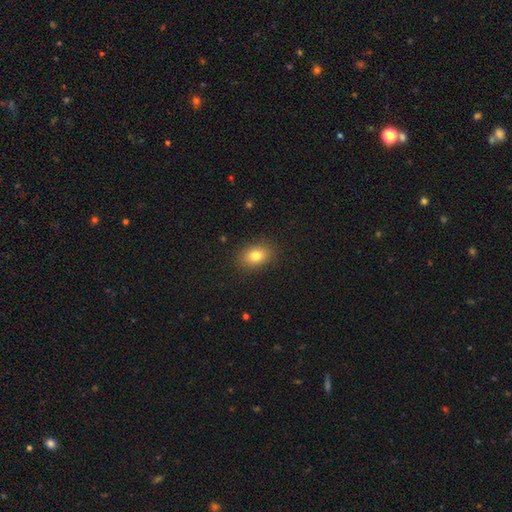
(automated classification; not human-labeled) Smooth or featured? Predicted: smooth (p=0.81). How rounded? Predicted: in between (p=0.75). Merging? Predicted: none (p=0.88).